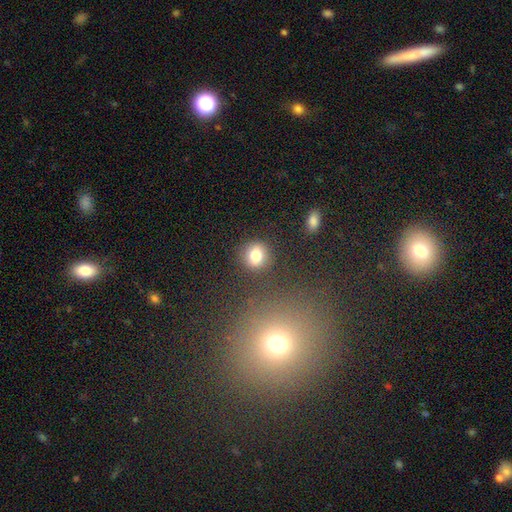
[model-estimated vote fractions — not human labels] Smooth or featured: smooth — 80% (star or artifact — 11%)
How rounded: round — 80% (in between — 19%)
Merging: none — 84% (minor disturbance — 10%)